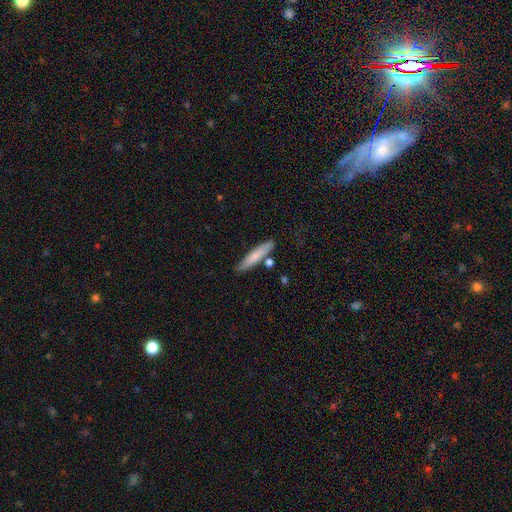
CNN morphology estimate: This is likely a smooth galaxy (76%). How rounded: clearly cigar-shaped (88%). Merging: likely none (80%).